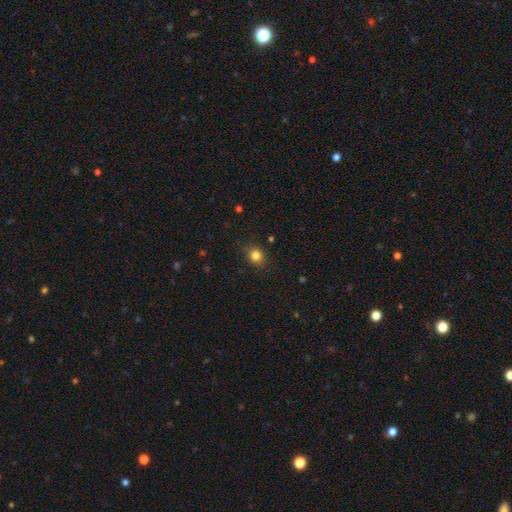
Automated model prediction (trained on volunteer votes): Smooth or featured? smooth (83%)
How rounded? round (78%)
Merging? none (88%)